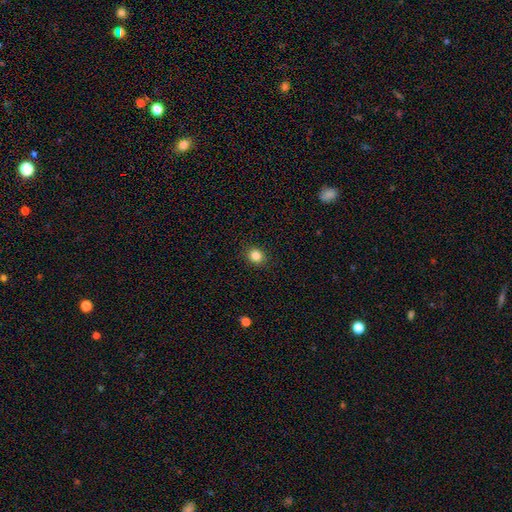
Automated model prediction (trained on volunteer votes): Smooth or featured? Predicted: smooth (p=0.84). How rounded? Predicted: round (p=0.76). Merging? Predicted: none (p=0.90).